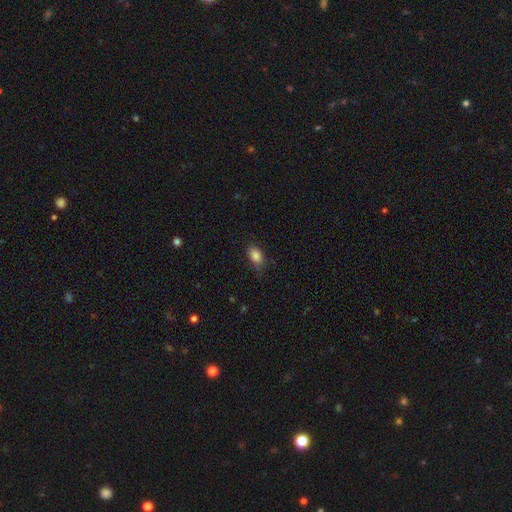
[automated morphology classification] smooth 86%, star or artifact 9%, featured or disk 5%. Down the decision tree: how rounded — in between (85%); merging — none (67%).